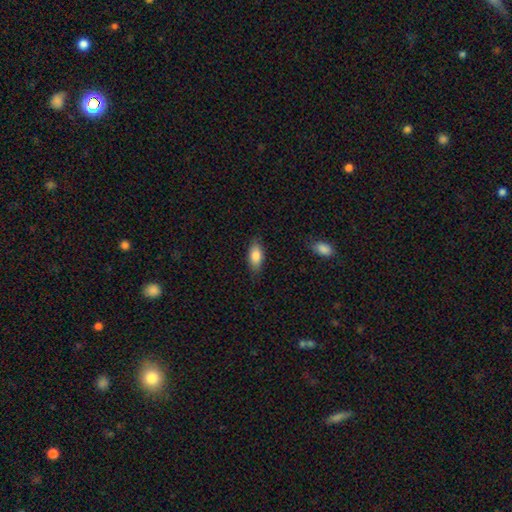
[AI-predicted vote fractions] smooth_or_featured: smooth (p=0.83) [alt: featured or disk p=0.11]
how_rounded: in between (p=0.84) [alt: cigar-shaped p=0.13]
merging: none (p=0.83) [alt: minor disturbance p=0.13]